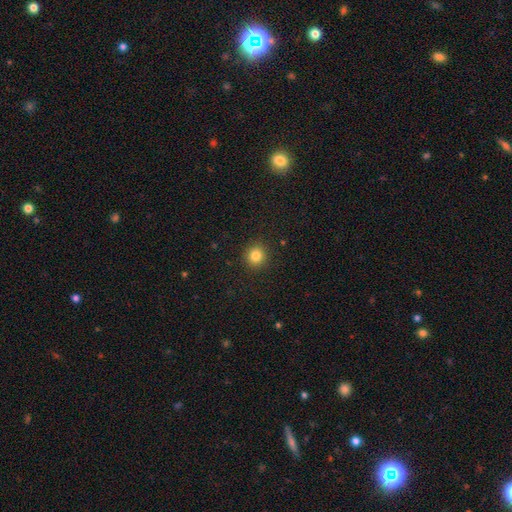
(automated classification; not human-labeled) Smooth or featured? smooth (83%)
How rounded? round (91%)
Merging? none (91%)